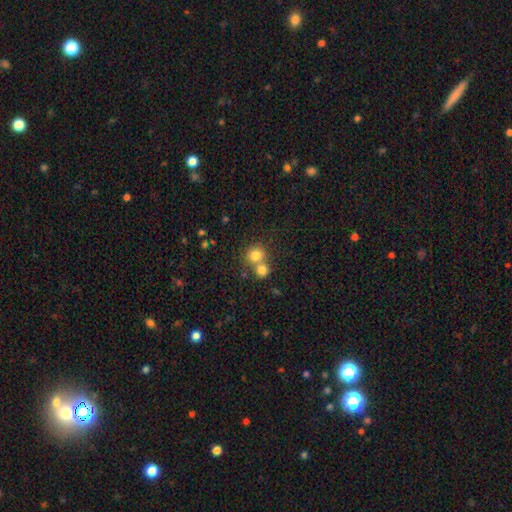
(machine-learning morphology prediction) A smooth galaxy with no disk features (78%) that is round (84%).

Vote fractions:
- Smooth or featured? smooth: 78% / star or artifact: 12% / featured or disk: 10%
- How rounded? round: 84% / in between: 15% / cigar-shaped: 1%
- Merging? merger: 48% / none: 43% / minor disturbance: 6% / major disturbance: 3%